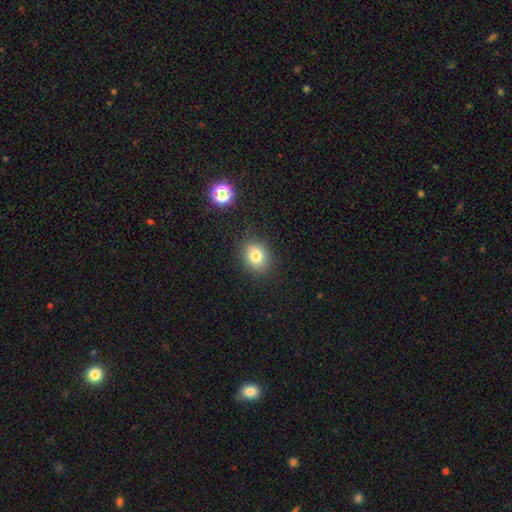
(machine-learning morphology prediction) smooth 78%, star or artifact 12%, featured or disk 10%. Down the decision tree: how rounded — round (55%); merging — none (84%).